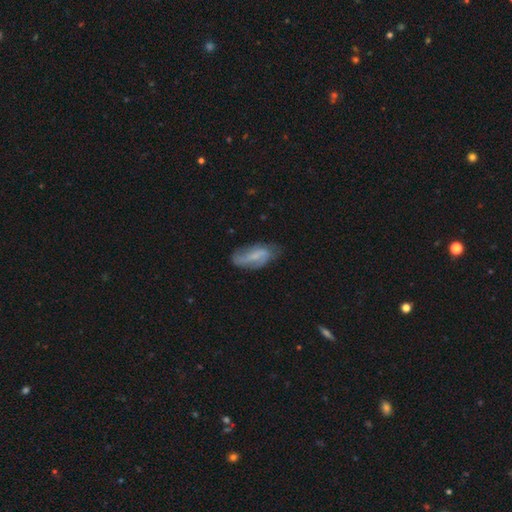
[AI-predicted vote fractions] featured or disk 56%, smooth 37%, star or artifact 8%. Down the decision tree: edge-on disk — no (91%); bar — weak (44%); spiral arms — yes (82%); bulge size — small (45%); merging — none (59%).